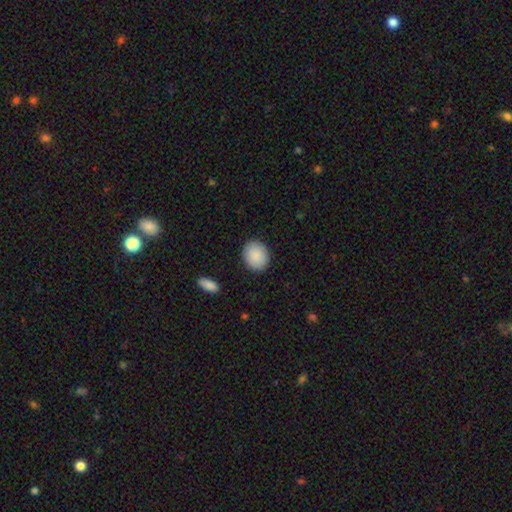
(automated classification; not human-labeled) This is clearly a smooth galaxy (90%). How rounded: likely round (62%). Merging: clearly none (90%).